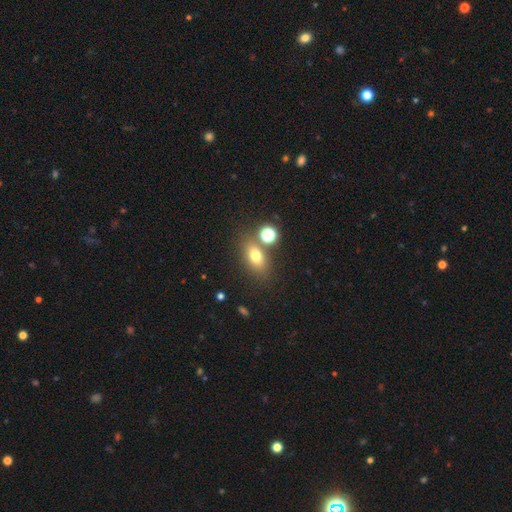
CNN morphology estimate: This appears to be a smooth galaxy with no disk features (72%) that is in between round and cigar-shaped (73%). Merging: none (68%).